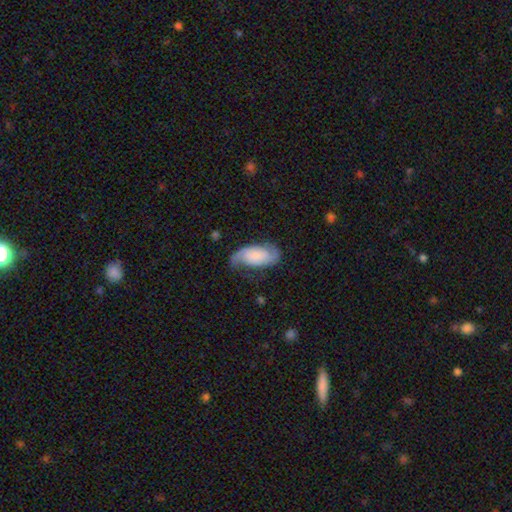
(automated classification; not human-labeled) Smooth or featured: featured or disk — 62% (smooth — 31%)
Edge-on disk: no — 95% (yes — 5%)
Bar: no — 65% (weak — 26%)
Spiral arms: yes — 92% (no — 8%)
Spiral winding: loose — 42% (medium — 37%)
Spiral arm count: 2 — 84% (1 — 7%)
Bulge size: none — 41% (small — 20%)
Merging: none — 59% (minor disturbance — 25%)